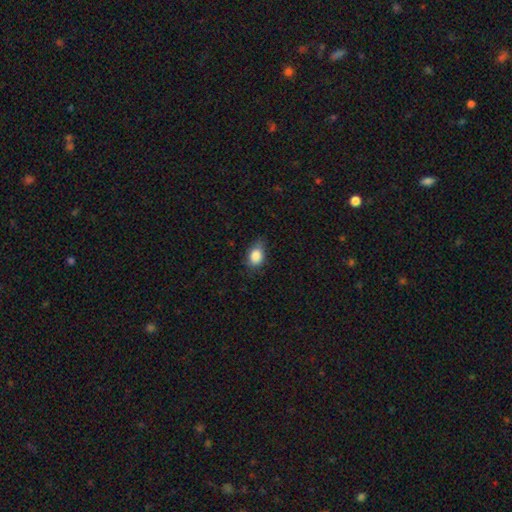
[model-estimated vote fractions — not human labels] Morphology: type=smooth (85%); roundness=in between (76%); merging=none (62%).